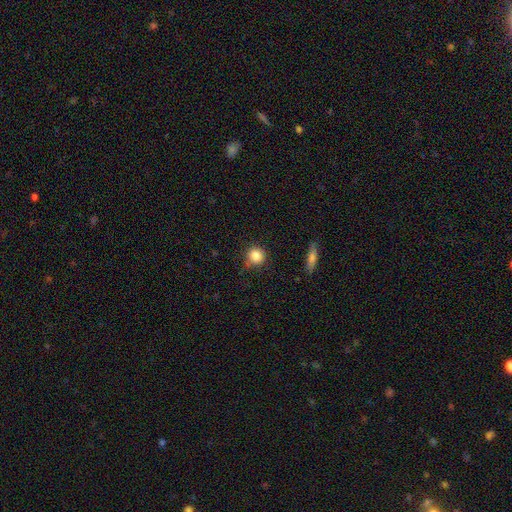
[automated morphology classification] A smooth galaxy with no disk features (84%) that is round (91%).

Vote fractions:
- Smooth or featured? smooth: 84% / star or artifact: 10% / featured or disk: 6%
- How rounded? round: 91% / in between: 7% / cigar-shaped: 1%
- Merging? none: 78% / minor disturbance: 15% / merger: 4% / major disturbance: 3%